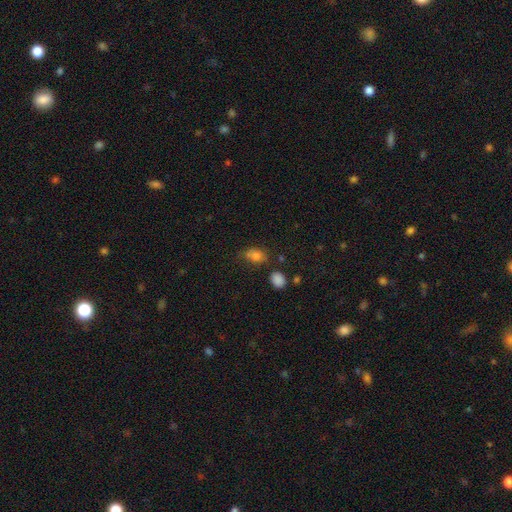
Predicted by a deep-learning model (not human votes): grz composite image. It shows a smooth galaxy with no disk features (80%) that is in between round and cigar-shaped (79%). Merging: none (58%).